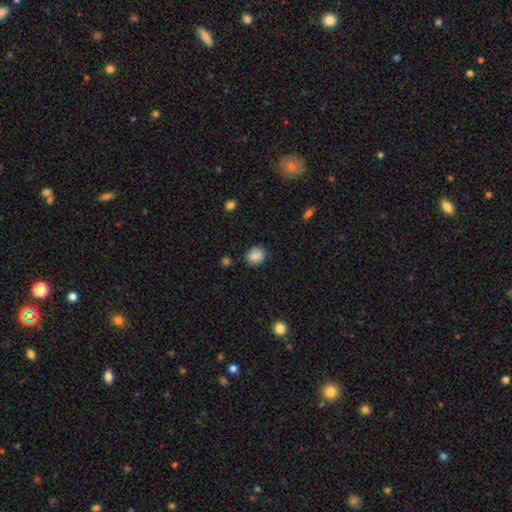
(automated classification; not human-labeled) smooth 87%, star or artifact 9%, featured or disk 4%. Down the decision tree: how rounded — round (76%); merging — none (83%).